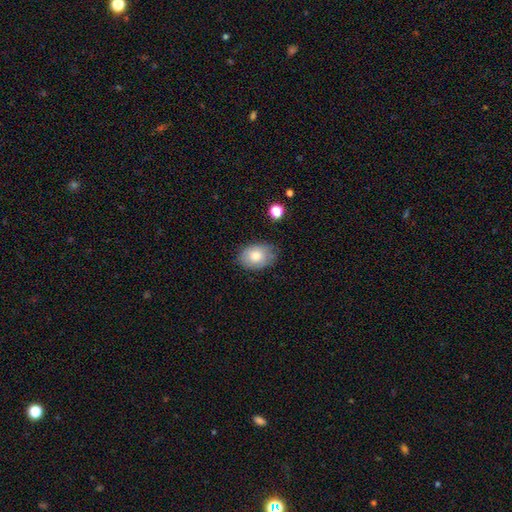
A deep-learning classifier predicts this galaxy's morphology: smooth 77%, featured or disk 15%, star or artifact 8%. Down the decision tree: how rounded — in between (73%); merging — none (74%).